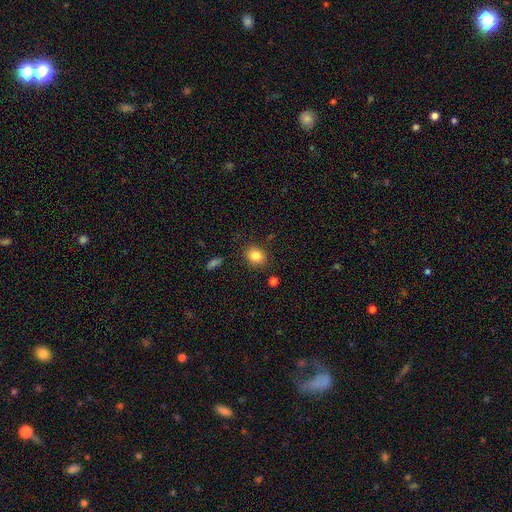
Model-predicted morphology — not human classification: The model was most divided on "how rounded": round: 60%, in between: 39%, cigar-shaped: 1%. More confident: merging — none (86%); smooth or featured — smooth (83%).